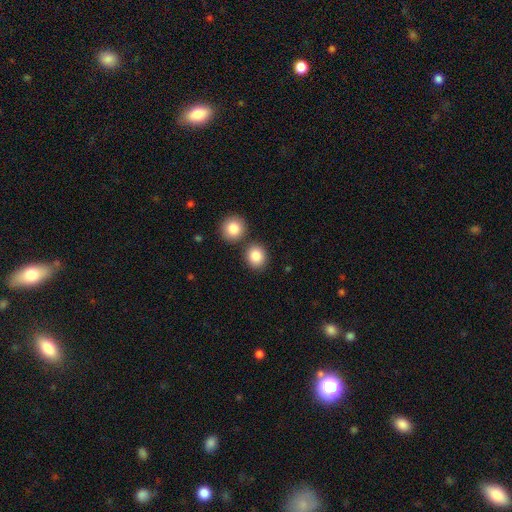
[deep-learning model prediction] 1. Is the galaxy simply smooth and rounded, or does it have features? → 86% smooth, 8% star or artifact, 6% featured or disk.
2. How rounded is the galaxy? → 78% round, 21% in between, 1% cigar-shaped.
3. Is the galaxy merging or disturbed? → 75% none, 14% merger, 8% minor disturbance, 2% major disturbance.